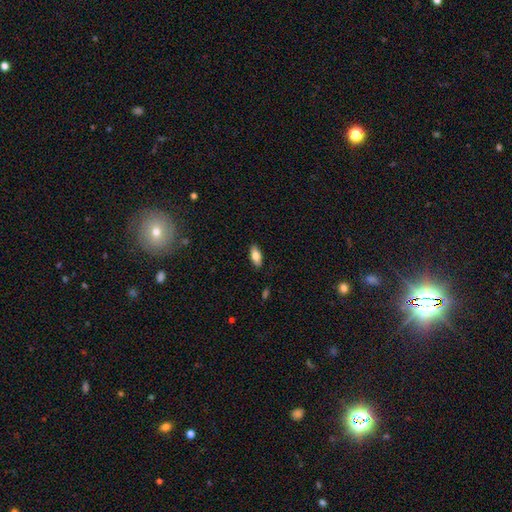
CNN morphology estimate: A smooth galaxy with no disk features (78%) that is in between round and cigar-shaped (86%). Merging: none (87%).